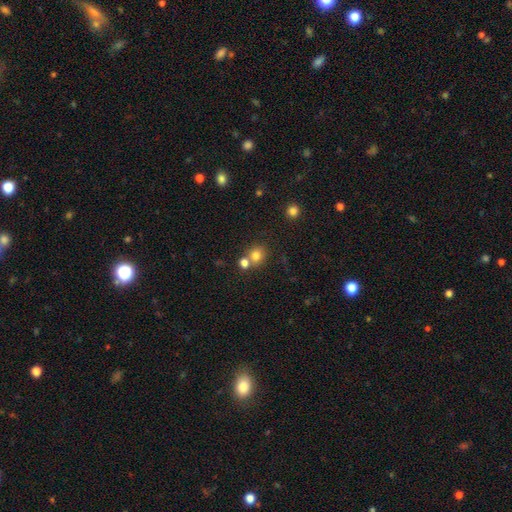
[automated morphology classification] Q: Smooth or featured?
A: smooth (78%); runner-up: star or artifact (14%)
Q: How rounded?
A: round (83%); runner-up: in between (16%)
Q: Merging?
A: none (59%); runner-up: merger (31%)